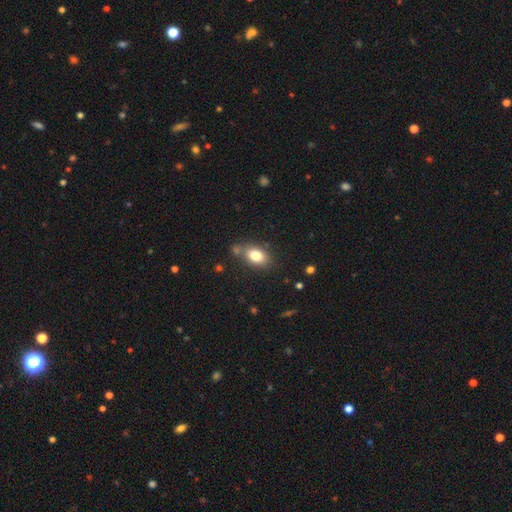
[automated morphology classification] Q: Smooth or featured?
A: smooth (80%); runner-up: featured or disk (11%)
Q: How rounded?
A: in between (79%); runner-up: round (19%)
Q: Merging?
A: none (68%); runner-up: minor disturbance (17%)